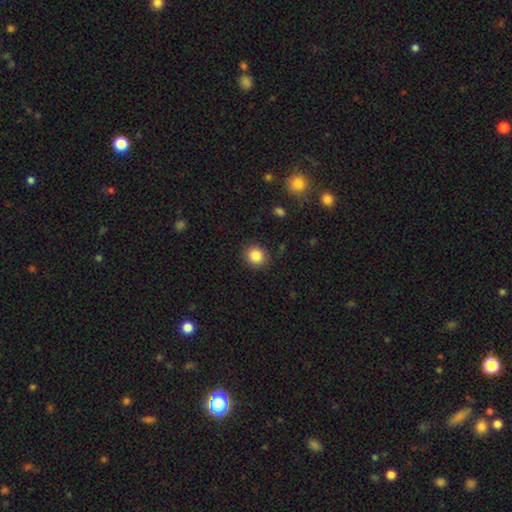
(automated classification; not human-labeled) Q: Smooth or featured?
A: smooth (86%); runner-up: star or artifact (9%)
Q: How rounded?
A: round (84%); runner-up: in between (15%)
Q: Merging?
A: none (89%); runner-up: minor disturbance (8%)